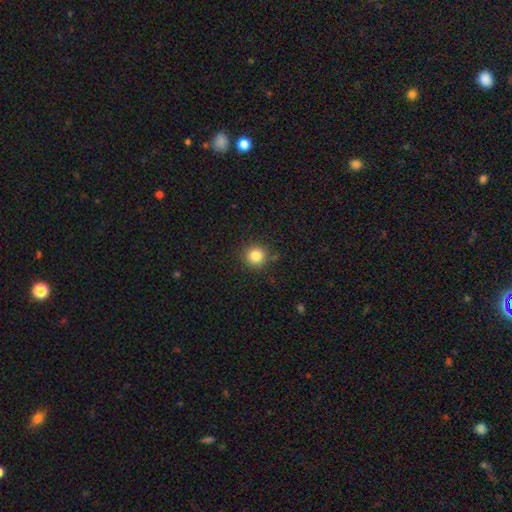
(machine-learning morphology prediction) The model was most divided on "smooth or featured": smooth: 83%, star or artifact: 12%, featured or disk: 5%. More confident: how rounded — round (93%); merging — none (86%).